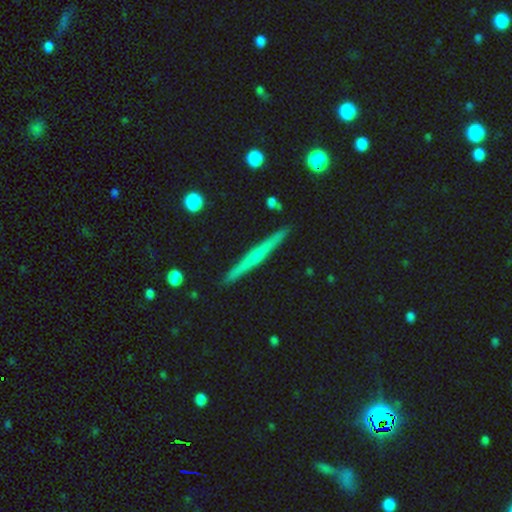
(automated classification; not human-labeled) Smooth or featured?
  - featured or disk: 57% *
  - smooth: 37%
  - star or artifact: 6%
Edge-on disk?
  - yes: 98% *
  - no: 2%
Edge-on bulge?
  - none: 56% *
  - rounded: 37%
  - boxy: 7%
Merging?
  - none: 91% *
  - minor disturbance: 6%
  - merger: 1%
  - major disturbance: 1%